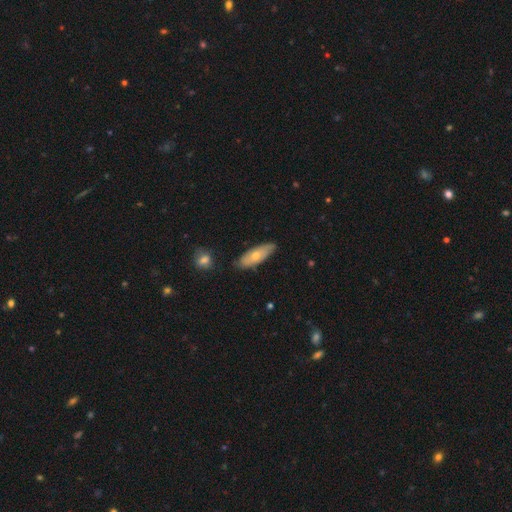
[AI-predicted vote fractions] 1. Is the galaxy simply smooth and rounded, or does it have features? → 59% smooth, 35% featured or disk, 6% star or artifact.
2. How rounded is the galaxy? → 67% in between, 31% cigar-shaped, 2% round.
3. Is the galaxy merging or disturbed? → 80% none, 15% minor disturbance, 2% major disturbance, 2% merger.